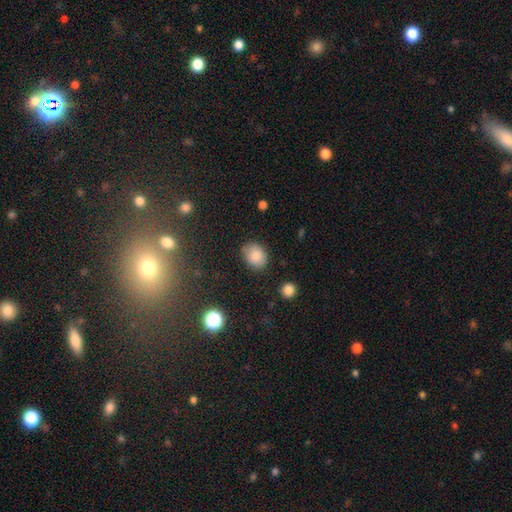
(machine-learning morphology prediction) smooth_or_featured: smooth (p=0.83) [alt: star or artifact p=0.09]
how_rounded: in between (p=0.57) [alt: round p=0.42]
merging: none (p=0.78) [alt: minor disturbance p=0.16]